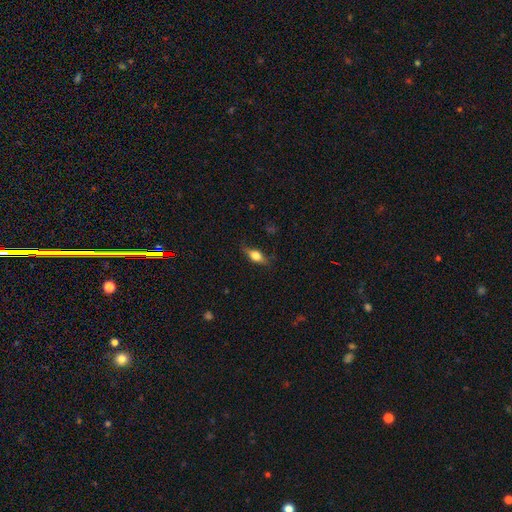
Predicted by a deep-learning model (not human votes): A smooth galaxy with no disk features (56%) that is in between round and cigar-shaped (64%). Merging: none (75%).